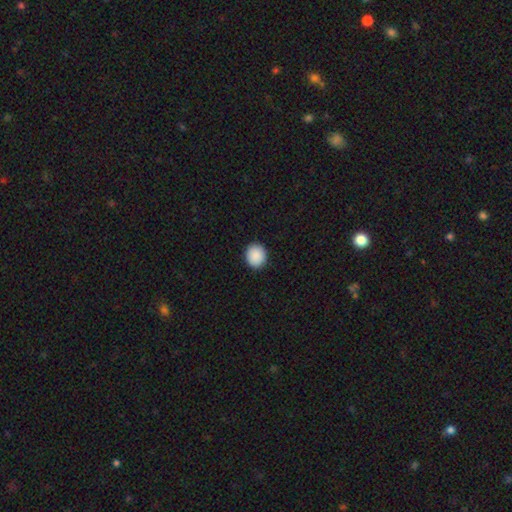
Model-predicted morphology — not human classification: This is clearly a smooth galaxy (90%). How rounded: likely round (77%). Merging: clearly none (92%).